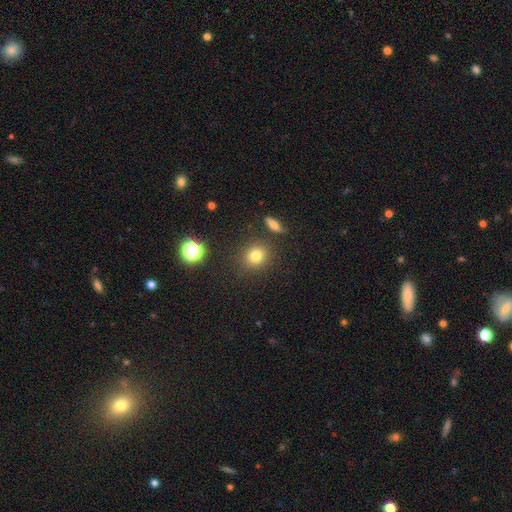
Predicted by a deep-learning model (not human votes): Smooth or featured: smooth — 77% (star or artifact — 15%)
How rounded: round — 80% (in between — 18%)
Merging: none — 86% (minor disturbance — 8%)